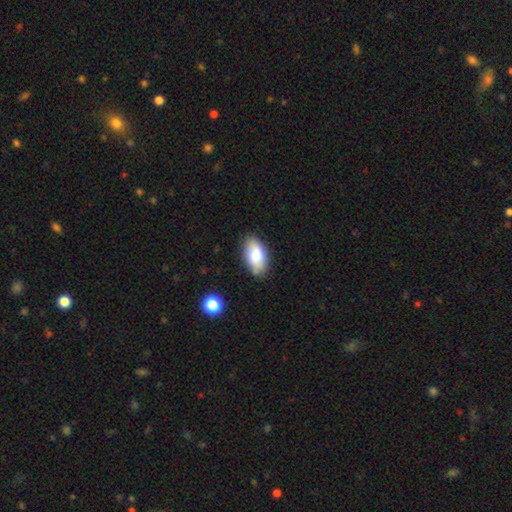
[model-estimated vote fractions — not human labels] A smooth galaxy with no disk features (76%) that is in between round and cigar-shaped (93%). Merging: none (84%).